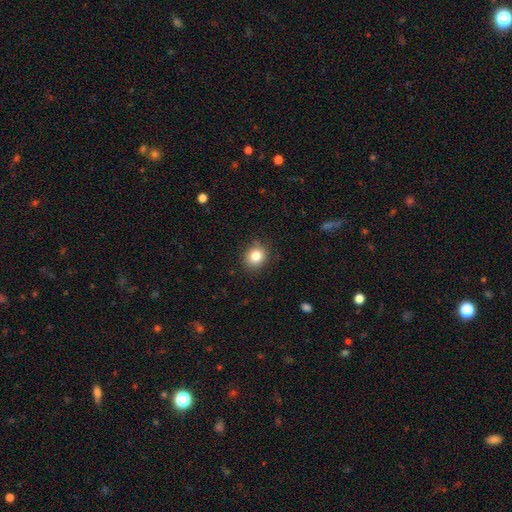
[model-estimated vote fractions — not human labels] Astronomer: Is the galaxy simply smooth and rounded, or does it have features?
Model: smooth — 83%.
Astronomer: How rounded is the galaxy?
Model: round — 75%.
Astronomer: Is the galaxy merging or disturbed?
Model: none — 86%.